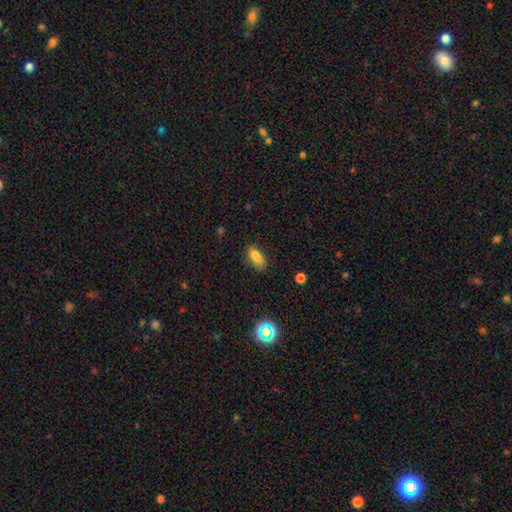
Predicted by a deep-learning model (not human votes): smooth_or_featured: smooth (p=0.79) [alt: star or artifact p=0.12]
how_rounded: in between (p=0.82) [alt: cigar-shaped p=0.13]
merging: none (p=0.68) [alt: minor disturbance p=0.21]